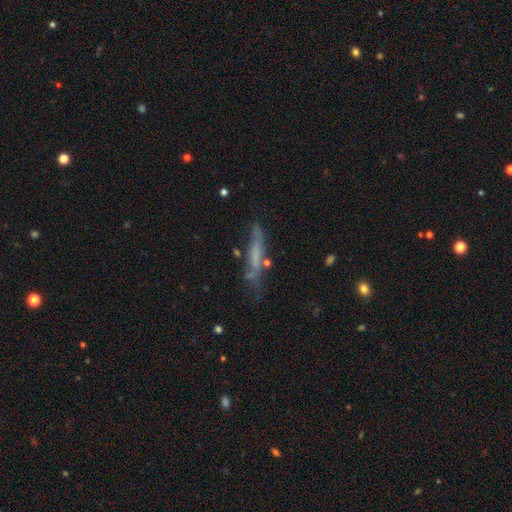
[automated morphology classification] Smooth or featured? Predicted: featured or disk (p=0.46). Merging? Predicted: none (p=0.51).